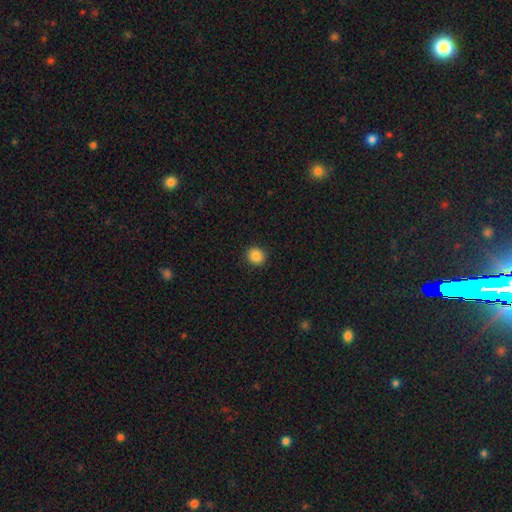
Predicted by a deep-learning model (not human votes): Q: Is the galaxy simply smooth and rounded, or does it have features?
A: smooth — 87%.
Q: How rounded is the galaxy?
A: round — 88%.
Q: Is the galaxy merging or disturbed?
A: none — 92%.